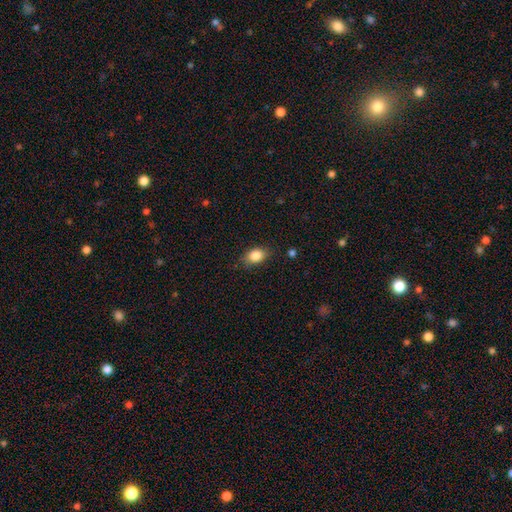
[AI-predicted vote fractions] Q: Smooth or featured?
A: smooth (85%); runner-up: star or artifact (8%)
Q: How rounded?
A: in between (78%); runner-up: round (21%)
Q: Merging?
A: none (80%); runner-up: minor disturbance (16%)